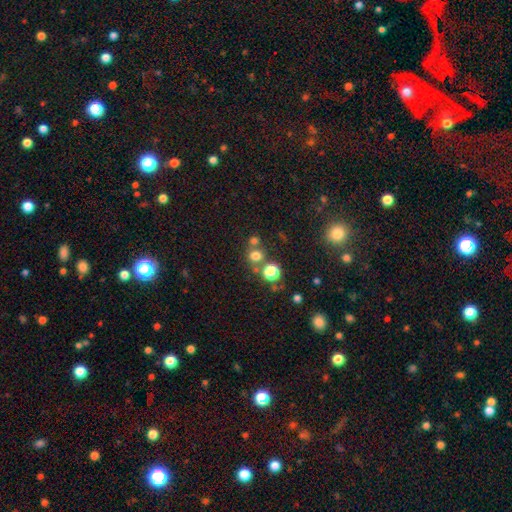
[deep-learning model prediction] A smooth galaxy with no disk features (69%) that is round (85%).

Vote fractions:
- Smooth or featured? smooth: 69% / star or artifact: 23% / featured or disk: 9%
- How rounded? round: 85% / in between: 14% / cigar-shaped: 1%
- Merging? none: 62% / merger: 25% / minor disturbance: 8% / major disturbance: 4%